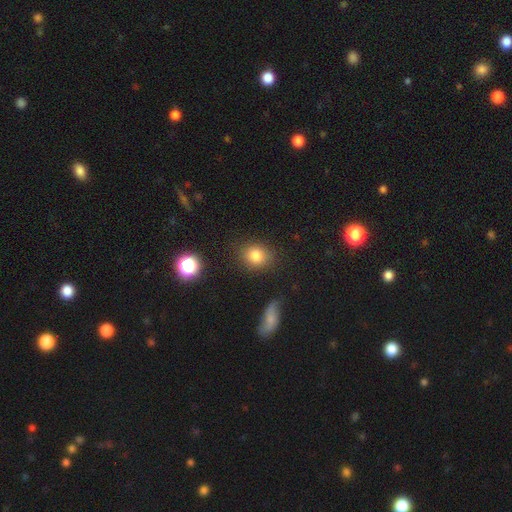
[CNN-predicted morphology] Smooth or featured?
  - smooth: 82% *
  - star or artifact: 11%
  - featured or disk: 7%
How rounded?
  - round: 70% *
  - in between: 29%
  - cigar-shaped: 1%
Merging?
  - none: 83% *
  - minor disturbance: 11%
  - major disturbance: 4%
  - merger: 3%